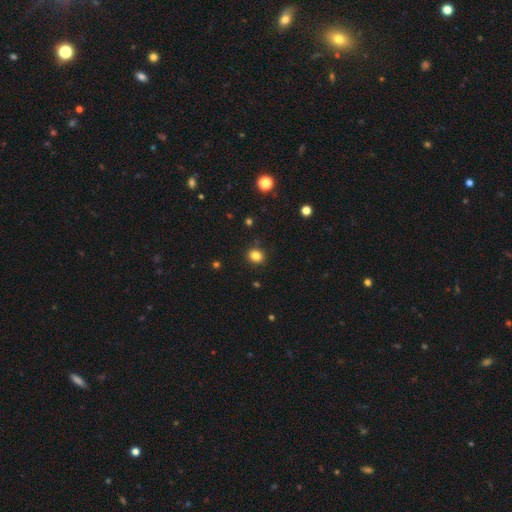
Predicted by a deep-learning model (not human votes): smooth_or_featured: smooth (p=0.83) [alt: star or artifact p=0.12]
how_rounded: round (p=0.69) [alt: in between p=0.31]
merging: none (p=0.89) [alt: minor disturbance p=0.08]